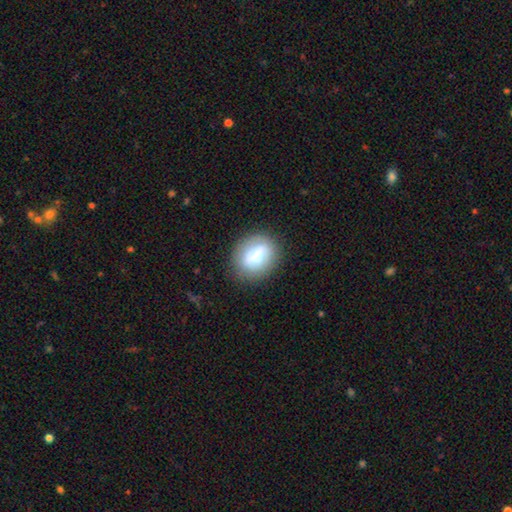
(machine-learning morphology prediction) type=smooth (69%); roundness=round (56%); merging=none (76%).